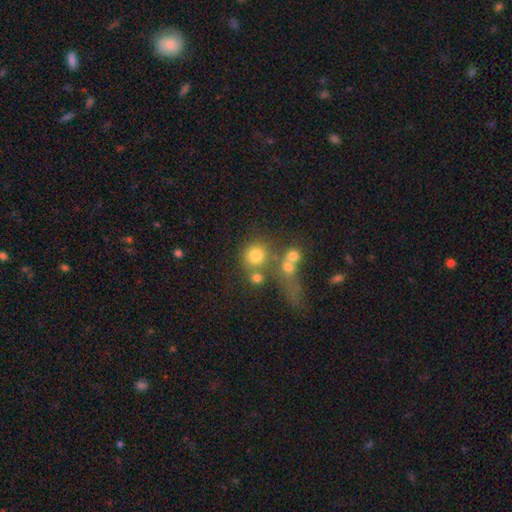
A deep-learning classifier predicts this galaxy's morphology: smooth-or-featured: smooth: 72% | star or artifact: 15% | featured or disk: 13%
  how-rounded: round: 89% | in between: 10% | cigar-shaped: 2%
  merging: none: 54% | merger: 27% | minor disturbance: 10% | major disturbance: 8%